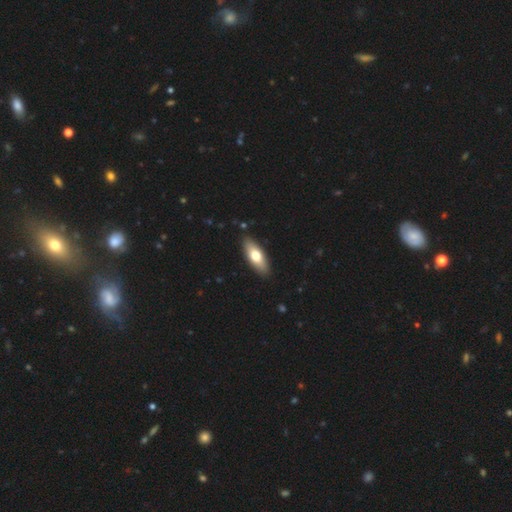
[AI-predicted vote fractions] Smooth or featured? Predicted: smooth (p=0.66). How rounded? Predicted: in between (p=0.69). Merging? Predicted: none (p=0.89).